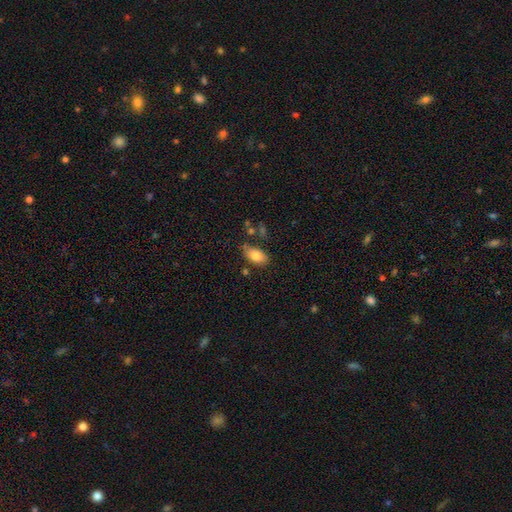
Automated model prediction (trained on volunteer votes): Overall: smooth (81%). How rounded: in between (91%). Merging: none (71%).